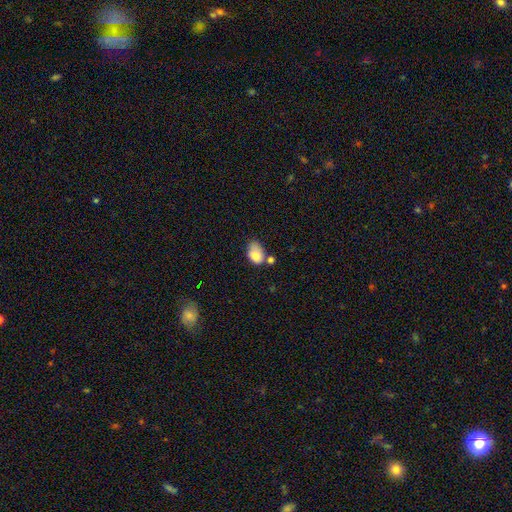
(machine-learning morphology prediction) smooth-or-featured: smooth: 78% | featured or disk: 14% | star or artifact: 8%
  how-rounded: in between: 84% | round: 15% | cigar-shaped: 1%
  merging: none: 30% | minor disturbance: 29% | merger: 26% | major disturbance: 14%